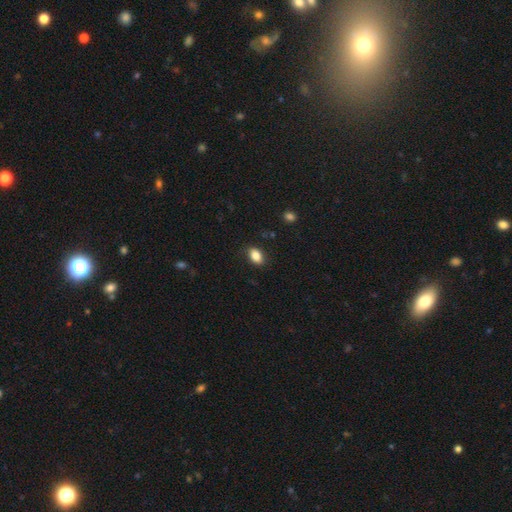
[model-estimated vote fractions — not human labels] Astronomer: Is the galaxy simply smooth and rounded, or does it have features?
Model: smooth — 86%.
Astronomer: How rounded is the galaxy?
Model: in between — 87%.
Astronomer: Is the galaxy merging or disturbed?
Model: none — 85%.